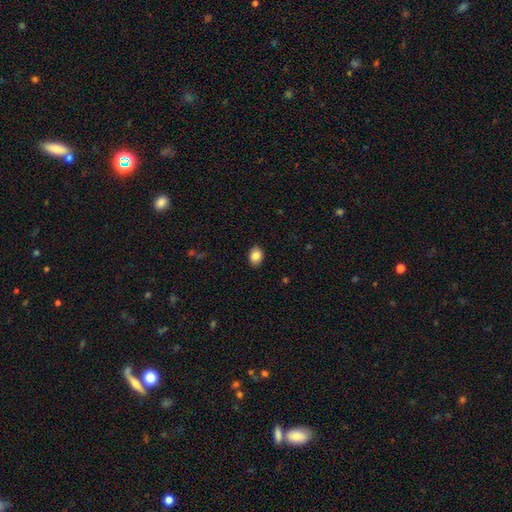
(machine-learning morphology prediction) The model was most divided on "how rounded": in between: 72%, round: 27%, cigar-shaped: 1%. More confident: merging — none (89%); smooth or featured — smooth (86%).